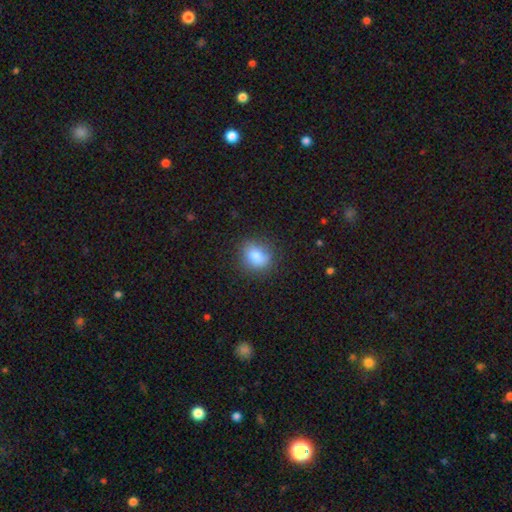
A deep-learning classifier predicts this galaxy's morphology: Q: Smooth or featured?
A: smooth (81%); runner-up: featured or disk (10%)
Q: How rounded?
A: round (60%); runner-up: in between (39%)
Q: Merging?
A: none (78%); runner-up: minor disturbance (16%)